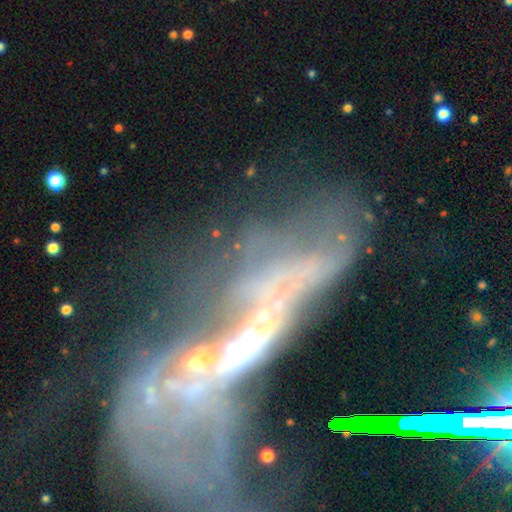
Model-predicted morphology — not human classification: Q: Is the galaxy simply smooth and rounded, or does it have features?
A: featured or disk — 63%.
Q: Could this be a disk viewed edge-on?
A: no — 82%.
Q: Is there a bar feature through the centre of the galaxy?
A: no — 75%.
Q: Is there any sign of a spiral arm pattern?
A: no — 71%.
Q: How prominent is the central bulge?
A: none — 43%.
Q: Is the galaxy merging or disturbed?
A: merger — 45%.